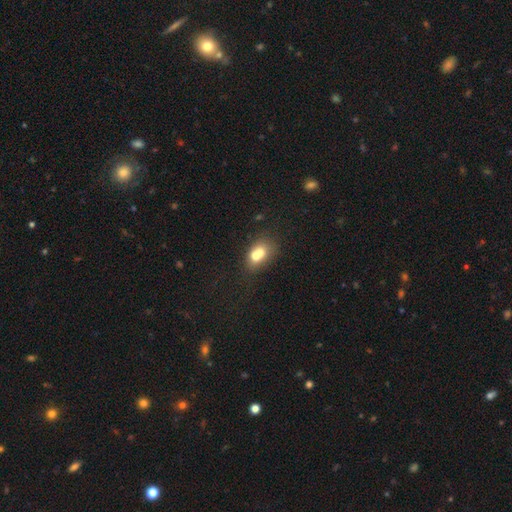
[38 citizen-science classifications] Smooth or featured: smooth — 61% (featured or disk — 34%)
How rounded: in between — 57% (round — 43%)
Merging: merger — 58% (none — 28%)